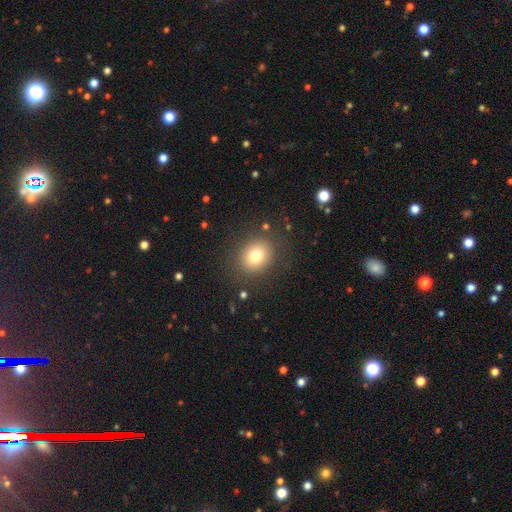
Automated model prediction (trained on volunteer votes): smooth 78%, star or artifact 12%, featured or disk 10%. Down the decision tree: how rounded — round (68%); merging — none (85%).